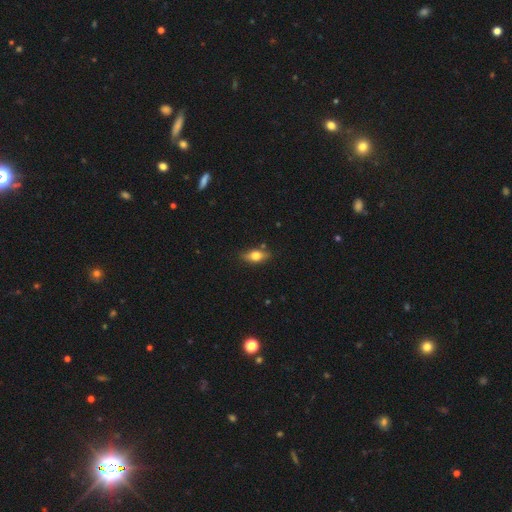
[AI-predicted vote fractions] Morphology: type=smooth (67%); roundness=in between (80%); merging=none (82%).